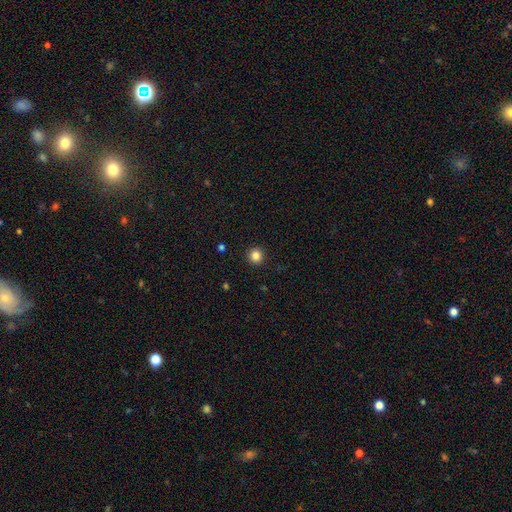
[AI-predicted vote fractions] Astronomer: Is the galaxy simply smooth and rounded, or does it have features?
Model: smooth — 84%.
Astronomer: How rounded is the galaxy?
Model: round — 95%.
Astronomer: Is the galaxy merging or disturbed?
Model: none — 93%.